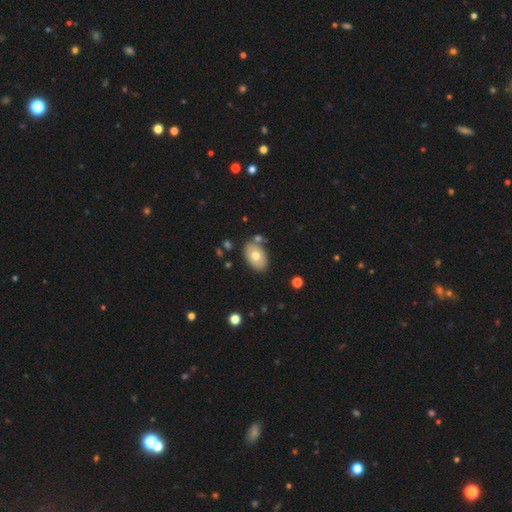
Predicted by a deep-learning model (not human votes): This is likely a smooth galaxy (73%). How rounded: clearly in between (89%). Merging: likely none (75%).